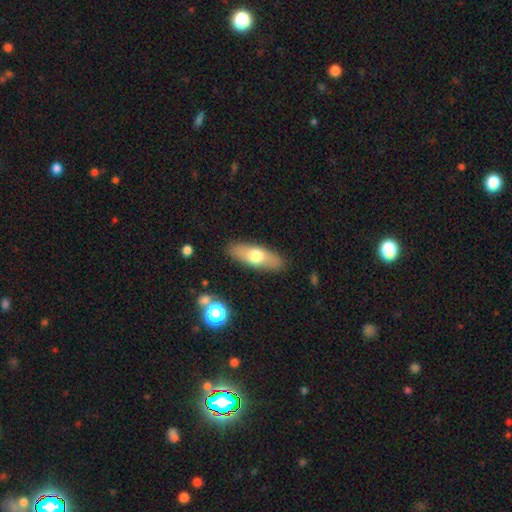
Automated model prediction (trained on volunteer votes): Q: Smooth or featured?
A: smooth (61%); runner-up: featured or disk (33%)
Q: How rounded?
A: in between (63%); runner-up: cigar-shaped (33%)
Q: Merging?
A: none (87%); runner-up: minor disturbance (9%)